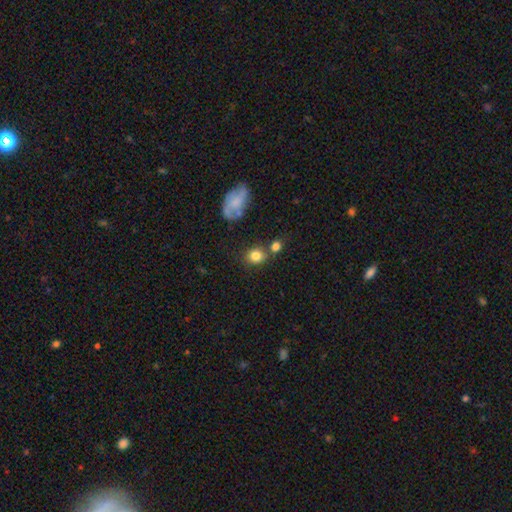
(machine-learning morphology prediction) A smooth galaxy with no disk features (81%) that is round (66%).

Vote fractions:
- Smooth or featured? smooth: 81% / star or artifact: 10% / featured or disk: 9%
- How rounded? round: 66% / in between: 32% / cigar-shaped: 1%
- Merging? none: 64% / merger: 17% / minor disturbance: 14% / major disturbance: 5%